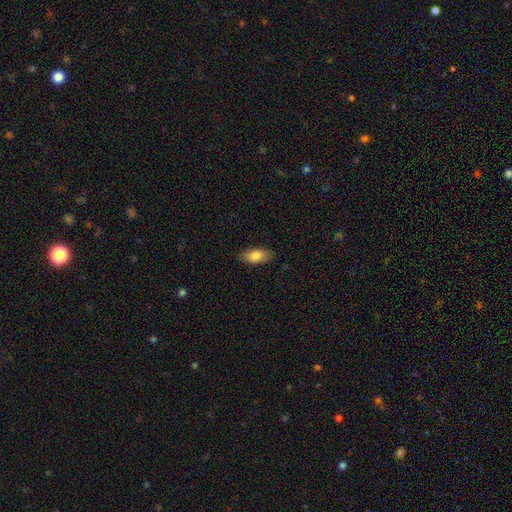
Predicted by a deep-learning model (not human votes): smooth-or-featured: smooth: 84% | featured or disk: 10% | star or artifact: 6%
  how-rounded: in between: 89% | cigar-shaped: 8% | round: 3%
  merging: none: 86% | minor disturbance: 10% | major disturbance: 2% | merger: 1%